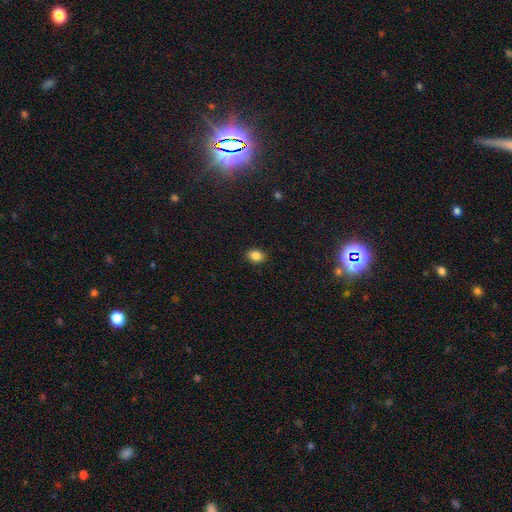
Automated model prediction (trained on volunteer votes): This appears to be a smooth galaxy with no disk features (86%) that is in between round and cigar-shaped (72%). Merging: none (89%).